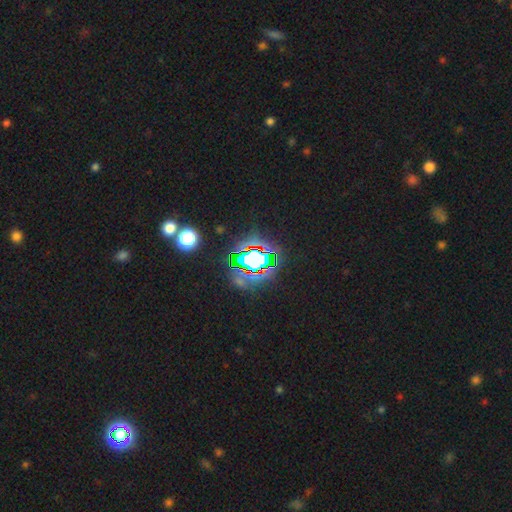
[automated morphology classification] This appears to be a star or artifact, not a galaxy (78%).